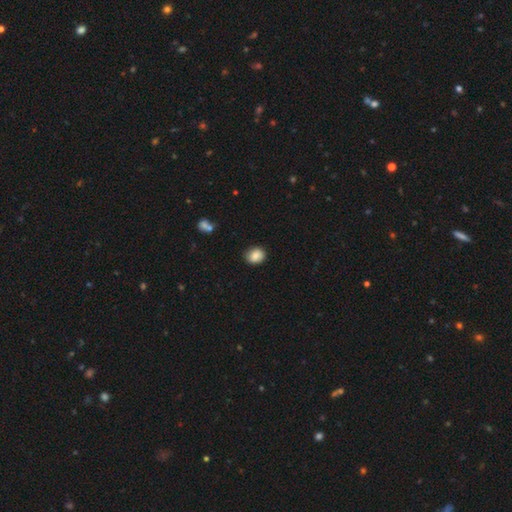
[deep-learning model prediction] Smooth or featured? smooth (82%)
How rounded? round (60%)
Merging? none (83%)